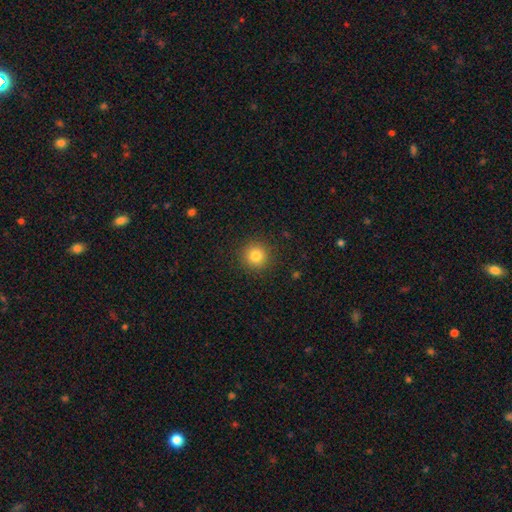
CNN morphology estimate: The model was most divided on "smooth or featured": smooth: 82%, star or artifact: 12%, featured or disk: 6%. More confident: how rounded — round (95%); merging — none (91%).